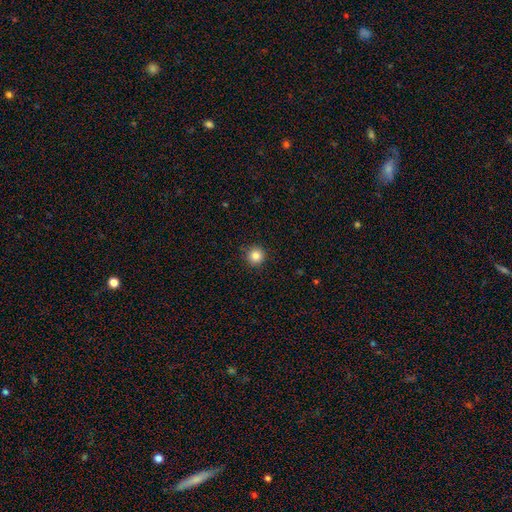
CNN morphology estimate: A smooth galaxy with no disk features (84%) that is round (96%).

Vote fractions:
- Smooth or featured? smooth: 84% / star or artifact: 11% / featured or disk: 5%
- How rounded? round: 96% / in between: 3% / cigar-shaped: 1%
- Merging? none: 90% / minor disturbance: 7% / major disturbance: 2% / merger: 1%